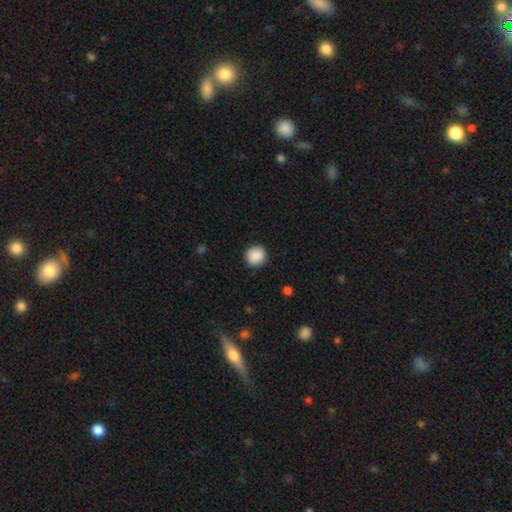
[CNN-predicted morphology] smooth-or-featured: smooth: 89% | star or artifact: 8% | featured or disk: 3%
  how-rounded: round: 90% | in between: 9% | cigar-shaped: 1%
  merging: none: 88% | minor disturbance: 9% | major disturbance: 2% | merger: 1%